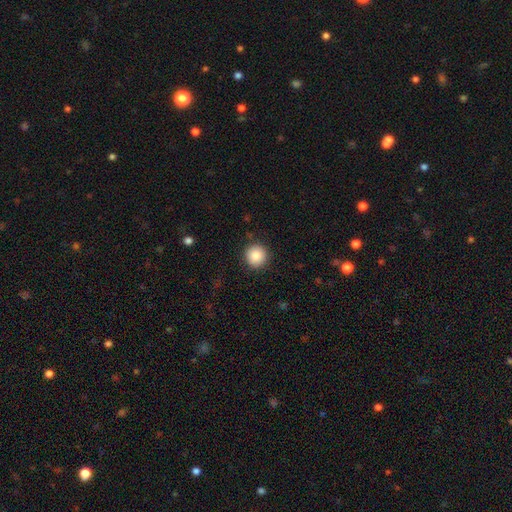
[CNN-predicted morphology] Smooth or featured?
  - smooth: 87% *
  - star or artifact: 8%
  - featured or disk: 5%
How rounded?
  - round: 94% *
  - in between: 5%
  - cigar-shaped: 1%
Merging?
  - none: 90% *
  - minor disturbance: 6%
  - major disturbance: 2%
  - merger: 1%